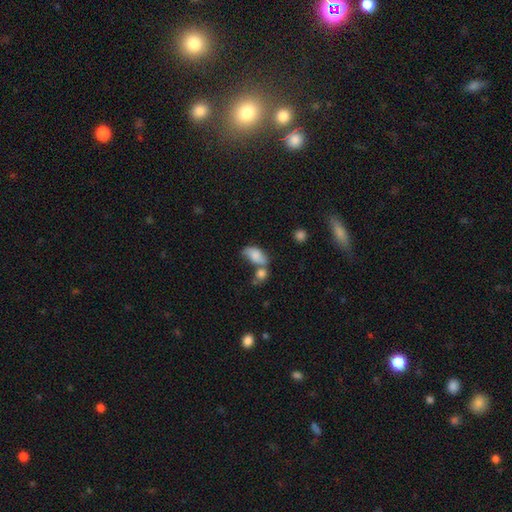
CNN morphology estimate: Smooth or featured? smooth (73%)
How rounded? in between (90%)
Merging? merger (44%)